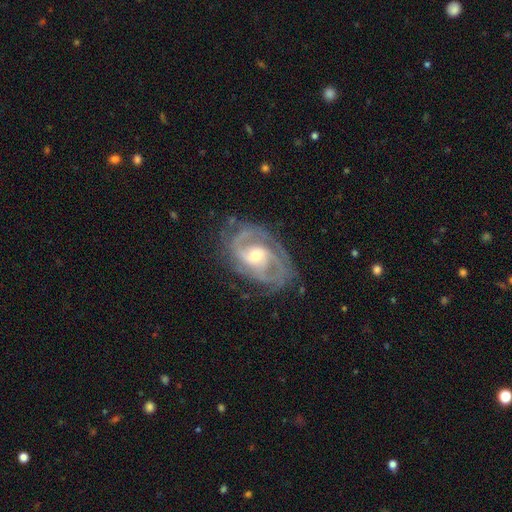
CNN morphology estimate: featured or disk 90%, smooth 5%, star or artifact 5%. Down the decision tree: edge-on disk — no (97%); bar — no (51%); spiral arms — yes (97%); spiral arm count — 2 (48%); spiral winding — tight (54%); bulge size — moderate (56%); merging — none (71%).